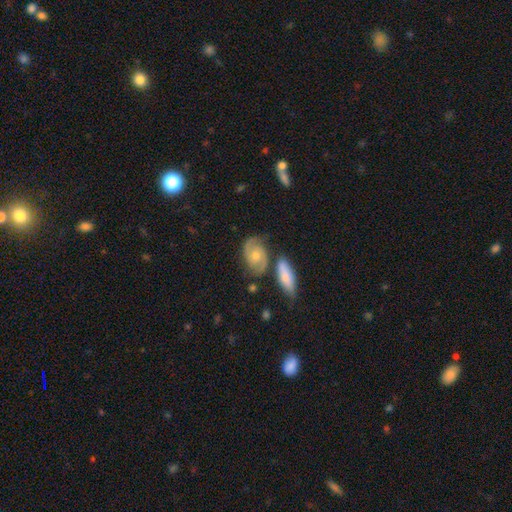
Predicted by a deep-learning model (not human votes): featured or disk 73%, smooth 21%, star or artifact 6%. Down the decision tree: edge-on disk — no (96%); bar — no (69%); spiral arms — yes (93%); spiral arm count — 2 (87%); spiral winding — medium (51%); bulge size — moderate (57%); merging — none (64%).